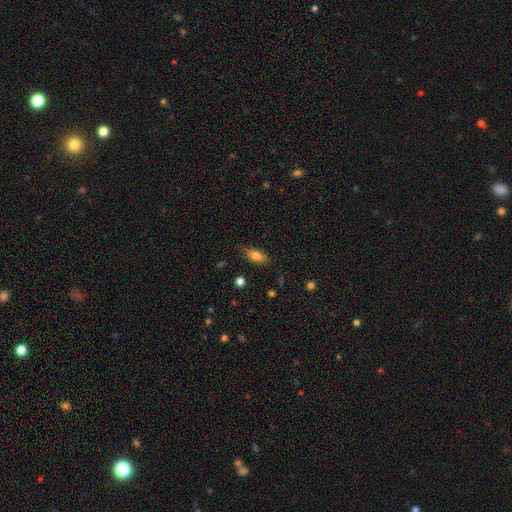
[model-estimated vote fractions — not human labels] A smooth galaxy with no disk features (77%) that is in between round and cigar-shaped (80%).

Vote fractions:
- Smooth or featured? smooth: 77% / featured or disk: 15% / star or artifact: 8%
- How rounded? in between: 80% / cigar-shaped: 16% / round: 4%
- Merging? none: 80% / minor disturbance: 15% / major disturbance: 3% / merger: 1%